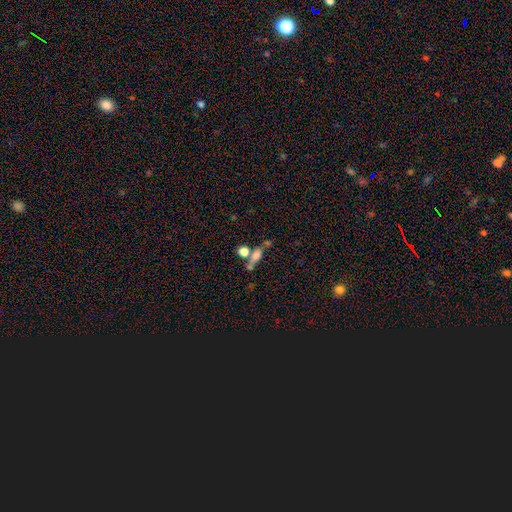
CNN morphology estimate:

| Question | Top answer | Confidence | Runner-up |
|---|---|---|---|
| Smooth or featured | smooth | 66% | featured or disk (20%) |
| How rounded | in between | 56% | cigar-shaped (27%) |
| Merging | none | 39% | merger (38%) |